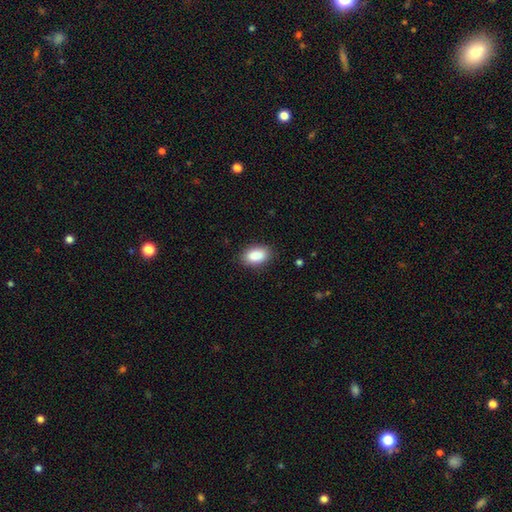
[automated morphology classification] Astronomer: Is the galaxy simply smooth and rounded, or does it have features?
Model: smooth — 88%.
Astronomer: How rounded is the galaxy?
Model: in between — 92%.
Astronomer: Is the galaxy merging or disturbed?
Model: none — 86%.